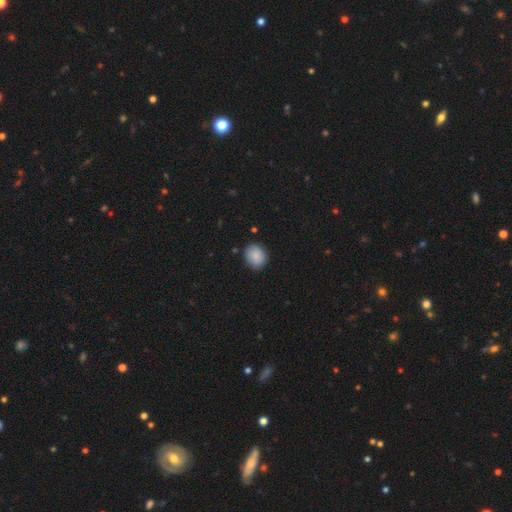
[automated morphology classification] smooth-or-featured: smooth: 83% | featured or disk: 9% | star or artifact: 8%
  how-rounded: round: 56% | in between: 43% | cigar-shaped: 1%
  merging: none: 82% | minor disturbance: 14% | major disturbance: 2% | merger: 1%